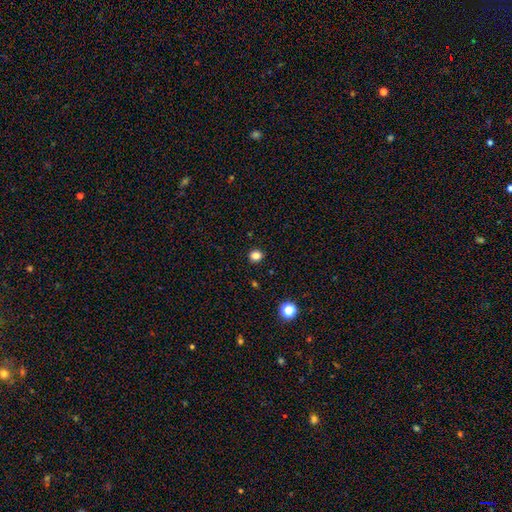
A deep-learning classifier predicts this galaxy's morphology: smooth-or-featured: smooth: 83% | star or artifact: 13% | featured or disk: 4%
  how-rounded: round: 77% | in between: 22% | cigar-shaped: 1%
  merging: none: 91% | minor disturbance: 6% | major disturbance: 2% | merger: 1%